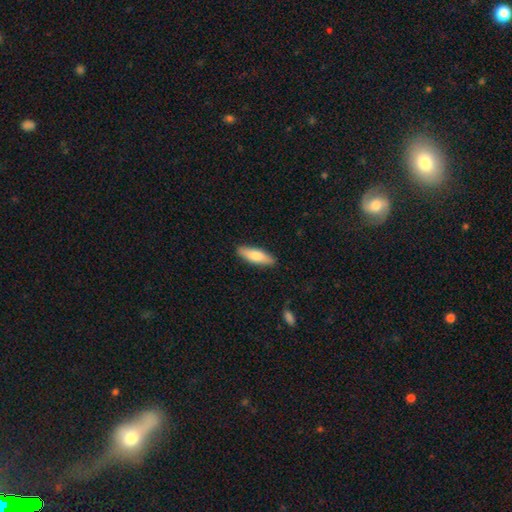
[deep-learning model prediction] smooth-or-featured: smooth: 75% | featured or disk: 19% | star or artifact: 5%
  how-rounded: cigar-shaped: 52% | in between: 47% | round: 2%
  merging: none: 88% | minor disturbance: 9% | major disturbance: 2% | merger: 1%